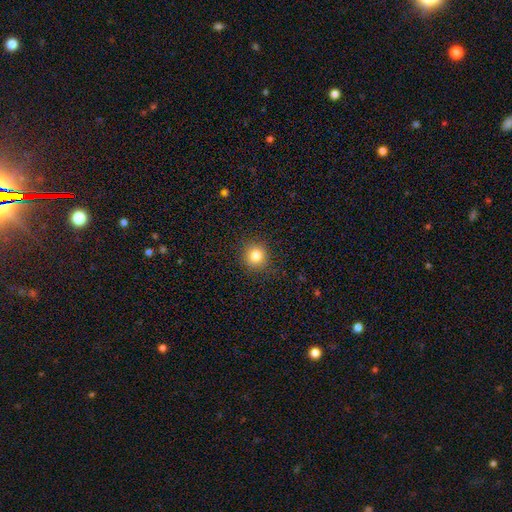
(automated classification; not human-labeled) smooth-or-featured: smooth: 83% | star or artifact: 12% | featured or disk: 6%
  how-rounded: round: 91% | in between: 8% | cigar-shaped: 1%
  merging: none: 90% | minor disturbance: 7% | major disturbance: 2% | merger: 1%